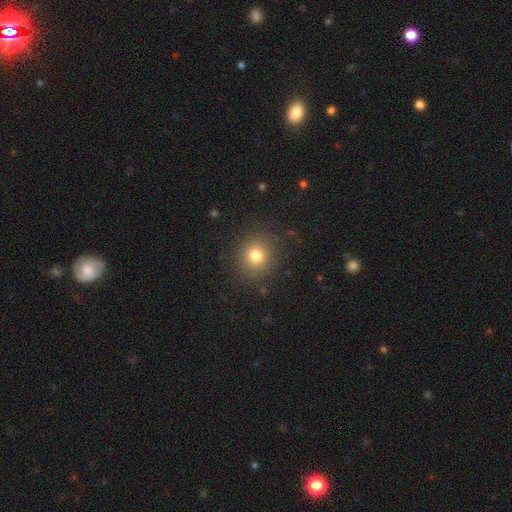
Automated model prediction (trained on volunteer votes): smooth 78%, star or artifact 14%, featured or disk 8%. Down the decision tree: how rounded — round (86%); merging — none (88%).